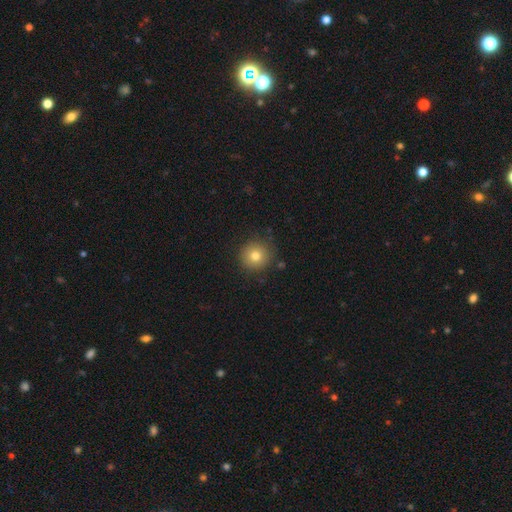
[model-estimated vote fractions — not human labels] Morphology: type=smooth (79%); roundness=round (94%); merging=none (86%).